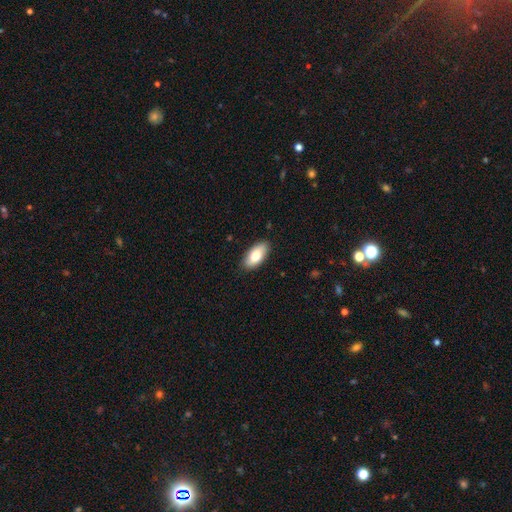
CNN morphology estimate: This appears to be a smooth galaxy with no disk features (76%) that is in between round and cigar-shaped (91%). Merging: none (87%).